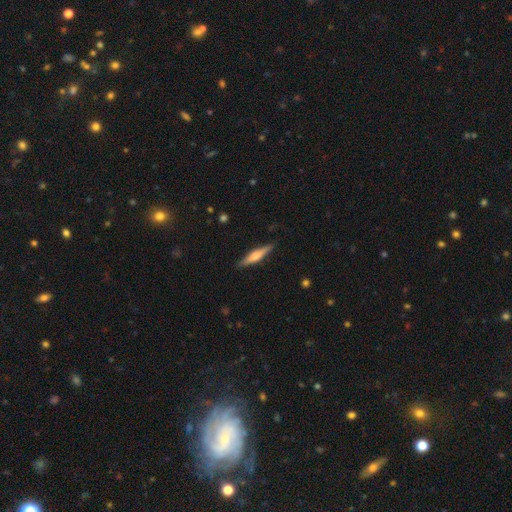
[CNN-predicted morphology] type=featured or disk (51%); edge-on=yes (97%); merging=none (88%).